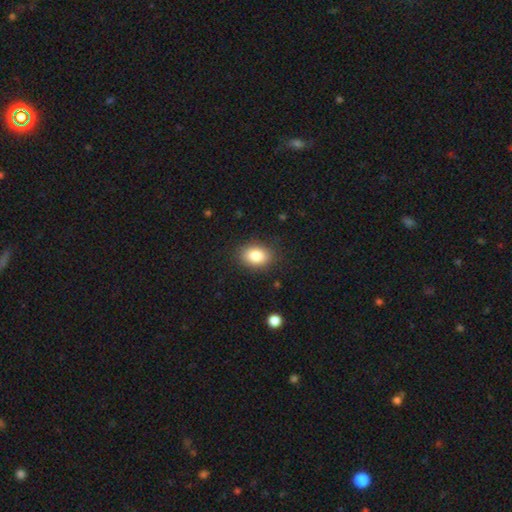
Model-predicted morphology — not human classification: Smooth or featured?
  - smooth: 85% *
  - star or artifact: 8%
  - featured or disk: 6%
How rounded?
  - in between: 73% *
  - round: 26%
  - cigar-shaped: 1%
Merging?
  - none: 86% *
  - minor disturbance: 10%
  - major disturbance: 3%
  - merger: 1%